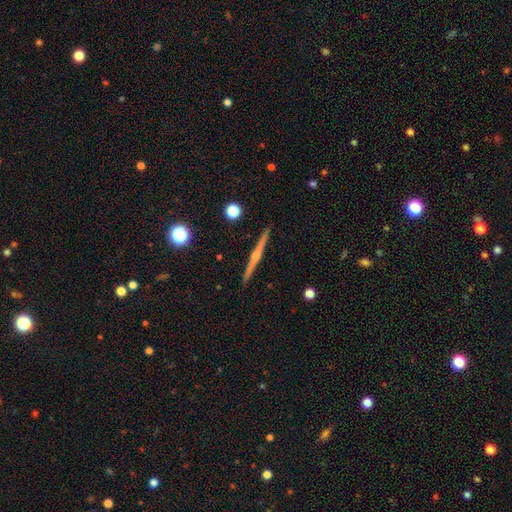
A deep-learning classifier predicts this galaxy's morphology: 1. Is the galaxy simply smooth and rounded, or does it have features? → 81% featured or disk, 12% smooth, 6% star or artifact.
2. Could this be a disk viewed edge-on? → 99% yes, 1% no.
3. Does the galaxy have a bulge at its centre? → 85% rounded, 9% none, 5% boxy.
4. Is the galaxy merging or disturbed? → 93% none, 5% minor disturbance, 1% major disturbance, 1% merger.